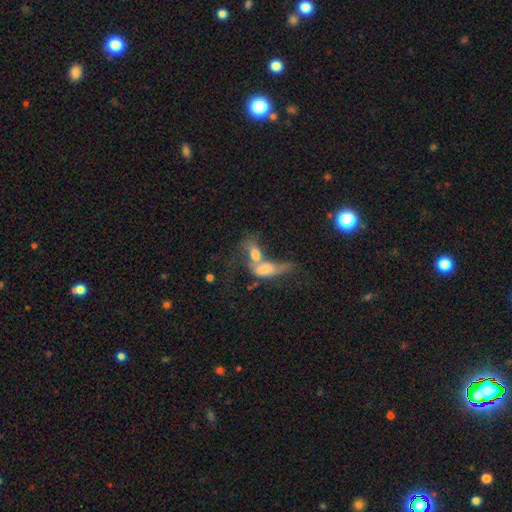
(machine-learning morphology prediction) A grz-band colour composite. It shows a smooth galaxy with no disk features (47%). Merging: merger (69%).